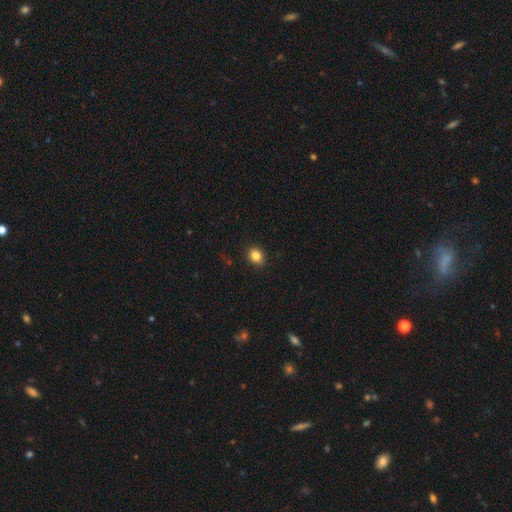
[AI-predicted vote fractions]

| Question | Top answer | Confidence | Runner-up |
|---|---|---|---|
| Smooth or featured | smooth | 84% | star or artifact (10%) |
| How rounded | in between | 51% | round (48%) |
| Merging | none | 86% | minor disturbance (11%) |